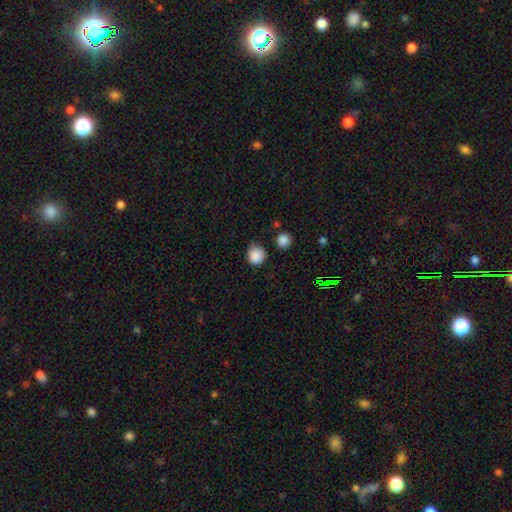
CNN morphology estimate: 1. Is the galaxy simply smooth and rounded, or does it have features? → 87% smooth, 10% star or artifact, 4% featured or disk.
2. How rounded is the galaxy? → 86% round, 13% in between, 1% cigar-shaped.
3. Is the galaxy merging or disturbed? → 74% none, 19% minor disturbance, 4% major disturbance, 3% merger.